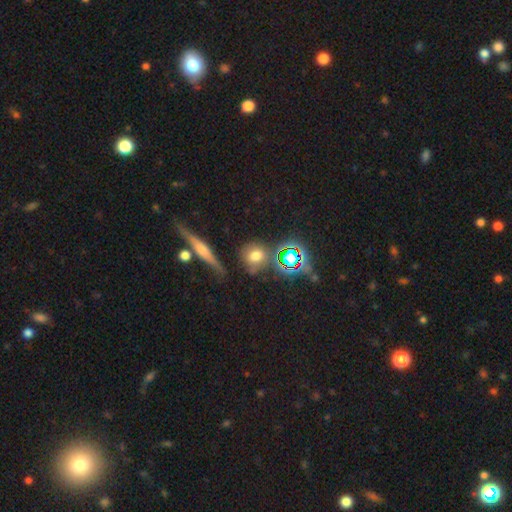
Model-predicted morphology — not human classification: smooth_or_featured: smooth (p=0.60) [alt: star or artifact p=0.27]
how_rounded: round (p=0.66) [alt: in between p=0.29]
merging: none (p=0.73) [alt: minor disturbance p=0.14]